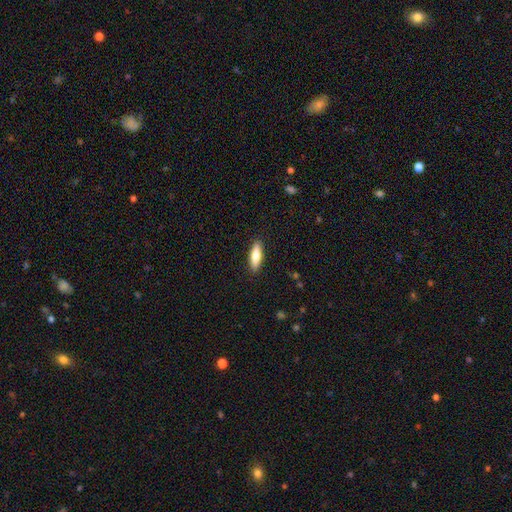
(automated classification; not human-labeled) Smooth or featured? Predicted: smooth (p=0.74). How rounded? Predicted: in between (p=0.49, tied with cigar-shaped). Merging? Predicted: none (p=0.90).